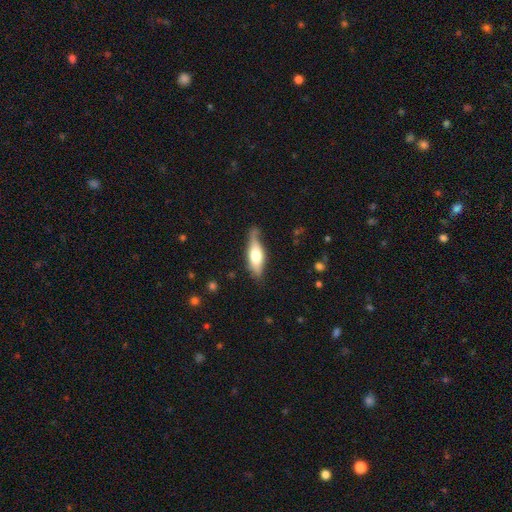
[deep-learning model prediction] Smooth or featured? Predicted: smooth (p=0.52). How rounded? Predicted: in between (p=0.52). Merging? Predicted: none (p=0.67).